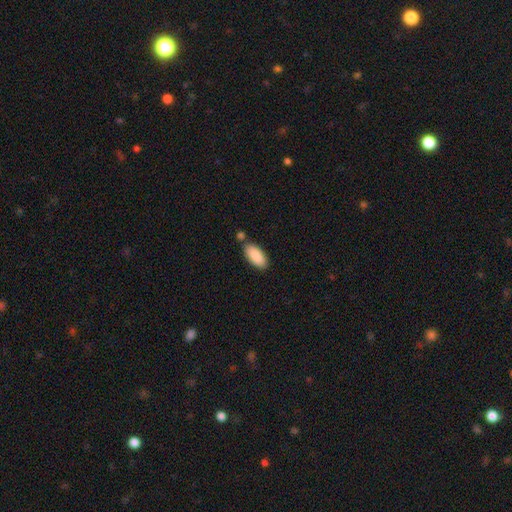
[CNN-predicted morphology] Smooth or featured?
  - smooth: 89% *
  - star or artifact: 6%
  - featured or disk: 5%
How rounded?
  - in between: 89% *
  - cigar-shaped: 9%
  - round: 2%
Merging?
  - none: 70% *
  - merger: 14%
  - minor disturbance: 13%
  - major disturbance: 3%